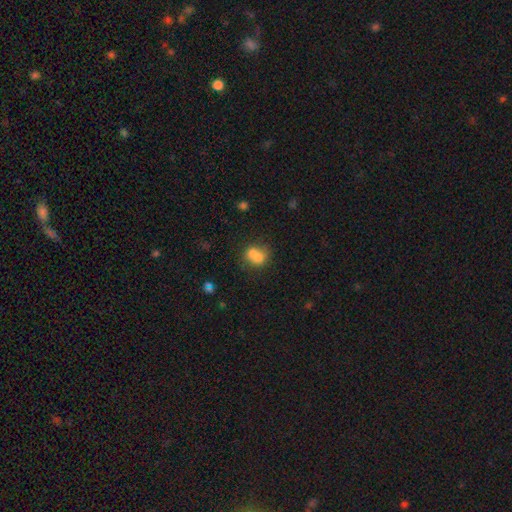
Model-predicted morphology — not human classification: Q: Smooth or featured?
A: smooth (69%); runner-up: featured or disk (20%)
Q: How rounded?
A: round (64%); runner-up: in between (35%)
Q: Merging?
A: merger (61%); runner-up: none (28%)